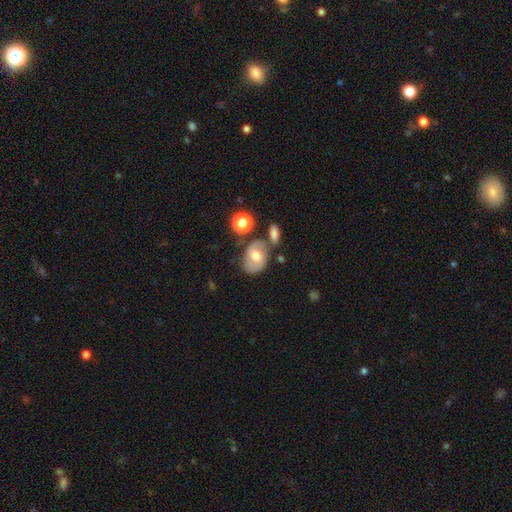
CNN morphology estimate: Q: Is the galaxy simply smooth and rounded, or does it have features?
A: smooth — 49%.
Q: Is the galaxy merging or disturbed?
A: none — 58%.